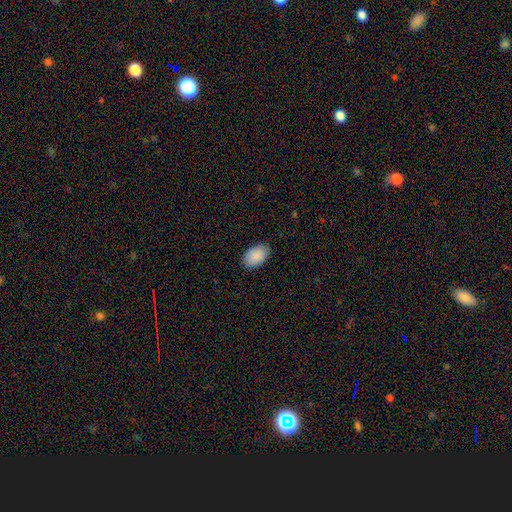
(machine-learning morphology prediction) smooth 91%, star or artifact 6%, featured or disk 4%. Down the decision tree: how rounded — in between (93%); merging — none (87%).